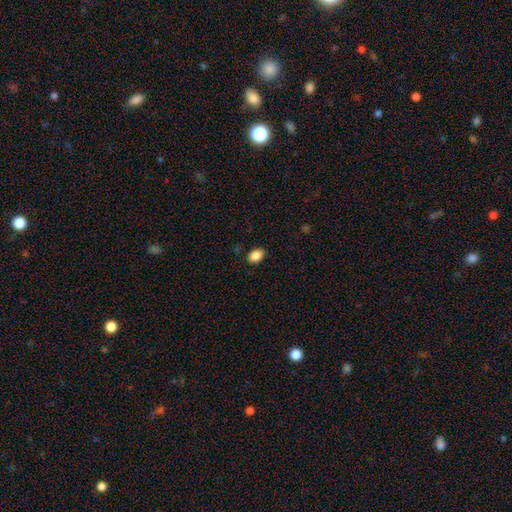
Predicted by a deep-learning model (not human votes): A smooth galaxy with no disk features (88%) that is in between round and cigar-shaped (78%).

Vote fractions:
- Smooth or featured? smooth: 88% / star or artifact: 8% / featured or disk: 4%
- How rounded? in between: 78% / round: 21% / cigar-shaped: 1%
- Merging? none: 87% / minor disturbance: 10% / major disturbance: 2% / merger: 1%